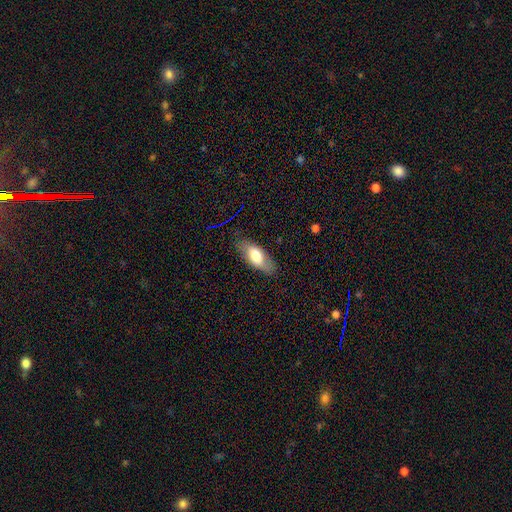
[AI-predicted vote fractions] Smooth or featured: smooth — 69% (featured or disk — 24%)
How rounded: in between — 82% (cigar-shaped — 16%)
Merging: none — 82% (minor disturbance — 13%)